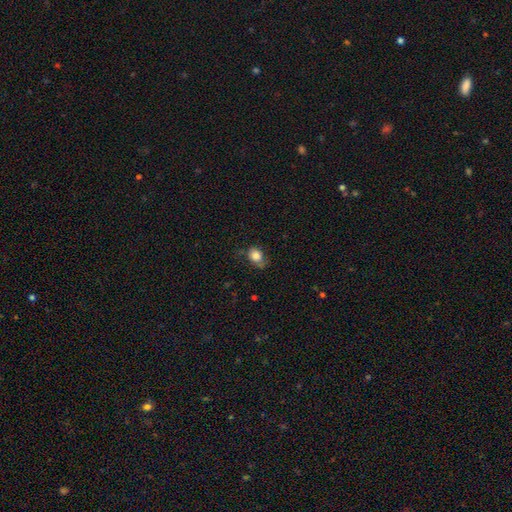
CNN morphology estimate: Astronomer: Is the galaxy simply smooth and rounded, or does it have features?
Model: smooth — 81%.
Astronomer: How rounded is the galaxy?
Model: in between — 56% (runner-up: round, 42%).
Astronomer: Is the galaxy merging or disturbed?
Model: none — 58%.